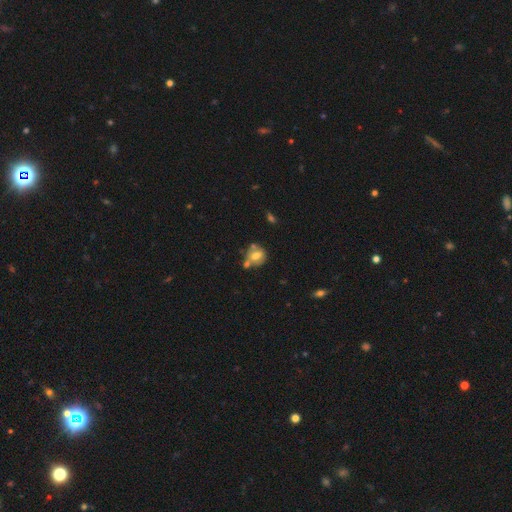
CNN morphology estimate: Smooth or featured: smooth — 60% (featured or disk — 31%)
How rounded: round — 68% (in between — 31%)
Merging: none — 47% (merger — 30%)